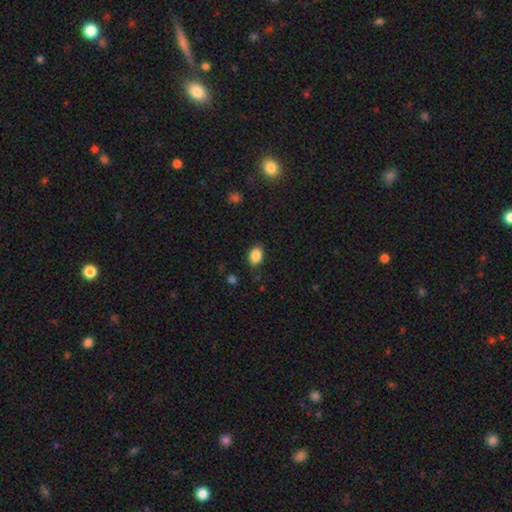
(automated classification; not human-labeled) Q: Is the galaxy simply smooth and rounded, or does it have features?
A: smooth — 87%.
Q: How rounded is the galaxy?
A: in between — 75%.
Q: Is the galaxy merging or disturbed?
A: none — 84%.